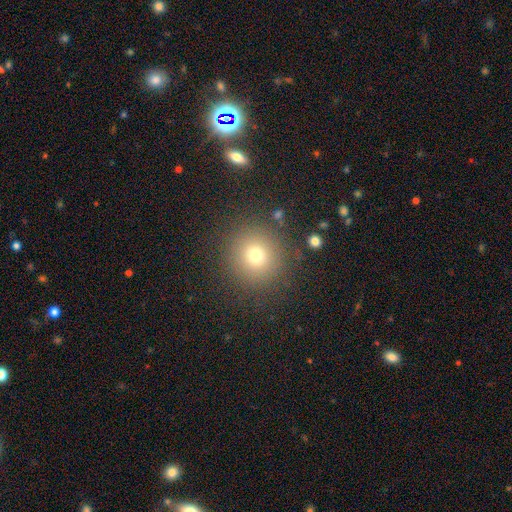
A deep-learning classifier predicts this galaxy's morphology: Smooth or featured?
  - smooth: 73% *
  - star or artifact: 17%
  - featured or disk: 10%
How rounded?
  - round: 94% *
  - in between: 5%
  - cigar-shaped: 1%
Merging?
  - none: 88% *
  - minor disturbance: 7%
  - major disturbance: 3%
  - merger: 2%